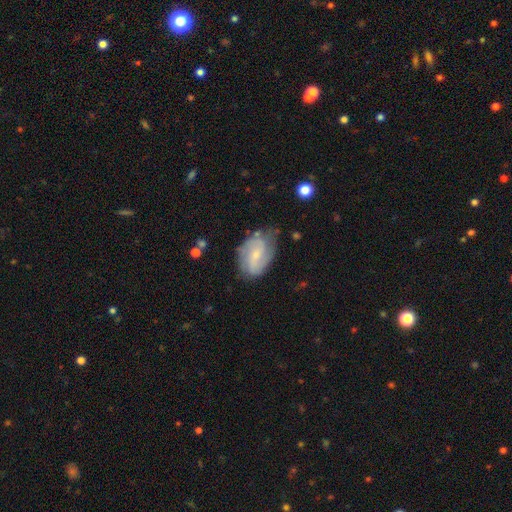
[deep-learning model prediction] A featured or disk galaxy (62%) with a weak bar (46%), 2 (69%) medium (43%) spiral arms (86%) and a small central bulge (63%).

Vote fractions:
- Smooth or featured? featured or disk: 62% / smooth: 31% / star or artifact: 7%
- Edge-on disk? no: 96% / yes: 4%
- Bar? weak: 46% / no: 43% / strong: 11%
- Spiral arms? yes: 86% / no: 14%
- Spiral winding? medium: 43% / loose: 31% / tight: 26%
- Spiral arm count? 2: 69% / can't tell: 18% / 3: 6% / 1: 3% / 4: 2% / more than 4: 2%
- Bulge size? small: 63% / moderate: 28% / none: 6% / large: 2% / dominant: 1%
- Merging? none: 61% / minor disturbance: 27% / major disturbance: 9% / merger: 3%